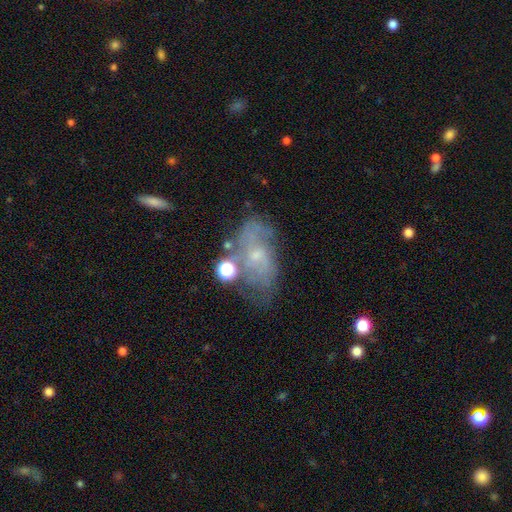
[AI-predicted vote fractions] This appears to be a featured or disk galaxy (66%) with no bar (64%), spiral arms (77%) and a small central bulge (66%). Merging: none (46%).